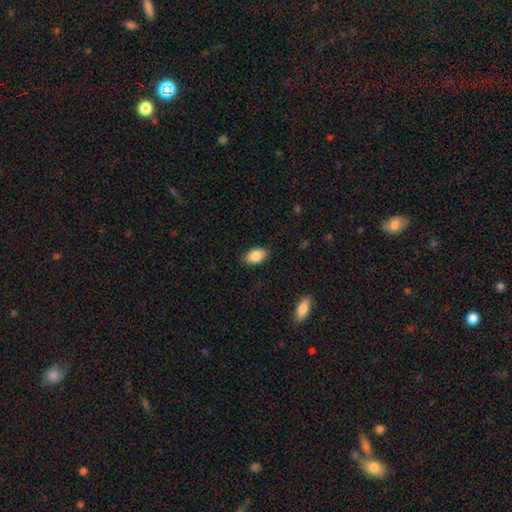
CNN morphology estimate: A smooth galaxy with no disk features (87%) that is in between round and cigar-shaped (91%). Merging: none (86%).